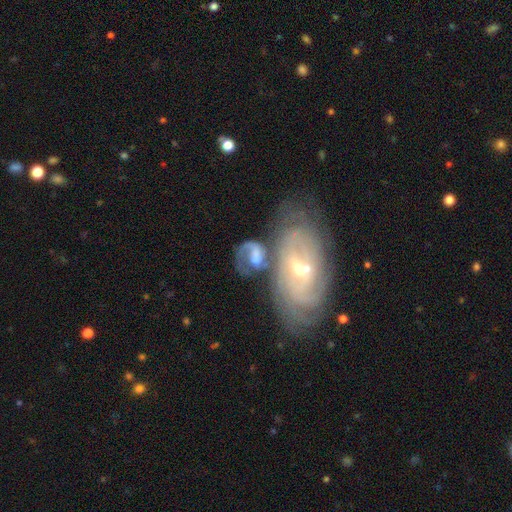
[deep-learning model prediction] Smooth or featured: featured or disk — 62% (smooth — 30%)
Edge-on disk: no — 95% (yes — 5%)
Bar: no — 45% (weak — 37%)
Spiral arms: yes — 78% (no — 22%)
Bulge size: moderate — 40% (small — 29%)
Merging: merger — 44% (none — 25%)